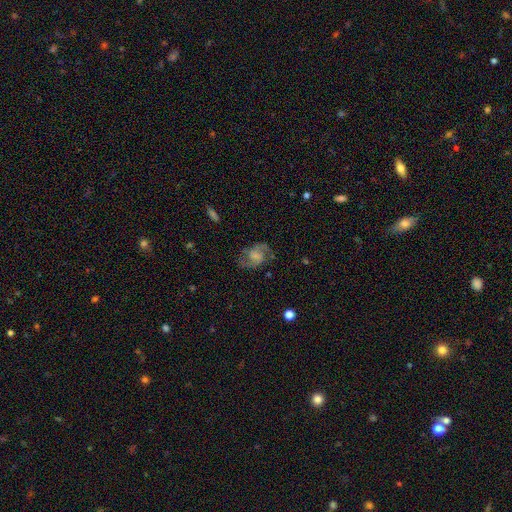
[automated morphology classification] The model was most divided on "bar": no: 46%, weak: 44%, strong: 9%. Remaining: edge-on disk — no (97%); spiral arms — yes (94%); spiral arm count — 2 (90%); smooth or featured — featured or disk (77%); merging — none (73%); spiral winding — medium (53%); bulge size — none (40%).